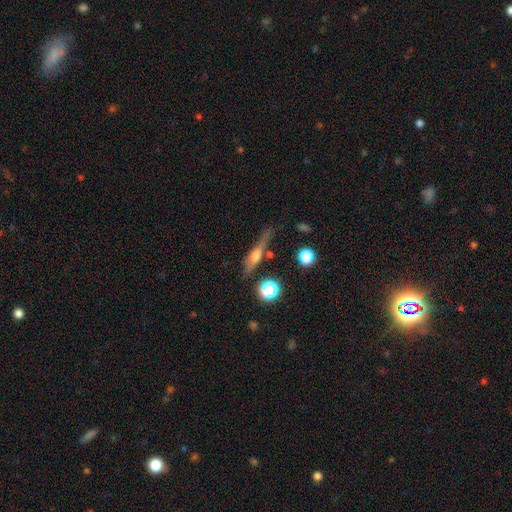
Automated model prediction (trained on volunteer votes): A featured or disk galaxy (54%) viewed edge-on (91%). Merging: none (69%).